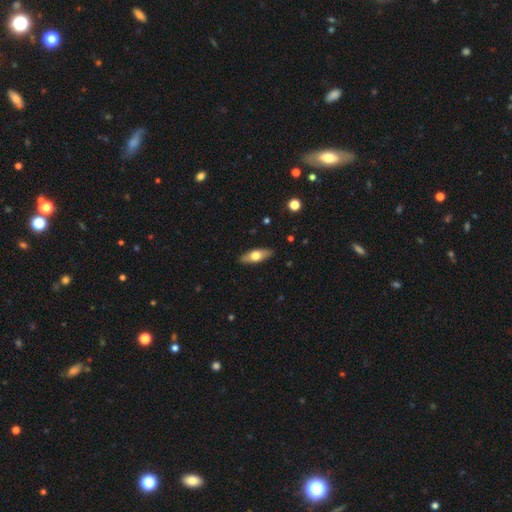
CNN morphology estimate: Smooth or featured? Predicted: smooth (p=0.58). How rounded? Predicted: in between (p=0.66). Merging? Predicted: none (p=0.89).